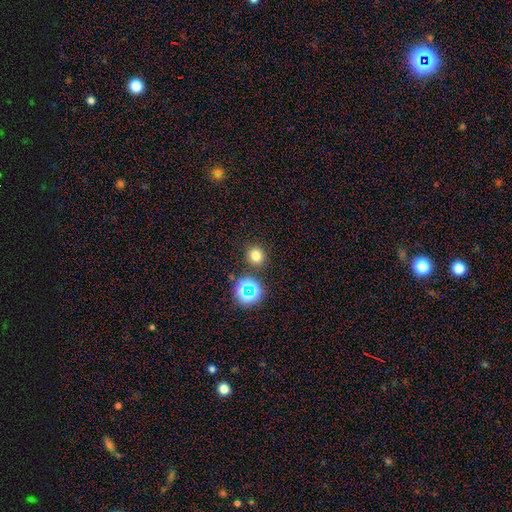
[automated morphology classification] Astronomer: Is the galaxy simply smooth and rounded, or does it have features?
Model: smooth — 72%.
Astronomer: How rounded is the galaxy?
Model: round — 89%.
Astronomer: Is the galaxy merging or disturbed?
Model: none — 86%.